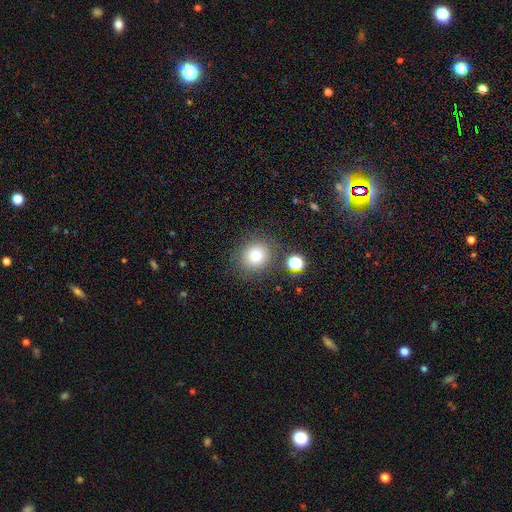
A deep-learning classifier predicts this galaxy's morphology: Smooth or featured: smooth — 76% (star or artifact — 15%)
How rounded: round — 88% (in between — 11%)
Merging: none — 84% (minor disturbance — 8%)